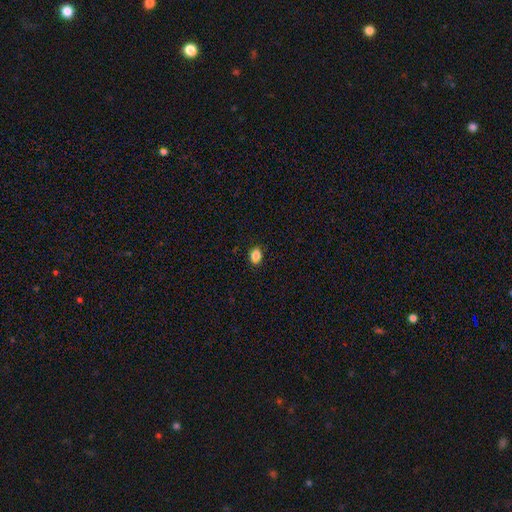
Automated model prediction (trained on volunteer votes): A smooth galaxy with no disk features (86%) that is in between round and cigar-shaped (64%).

Vote fractions:
- Smooth or featured? smooth: 86% / star or artifact: 10% / featured or disk: 4%
- How rounded? in between: 64% / round: 35% / cigar-shaped: 1%
- Merging? none: 90% / minor disturbance: 7% / major disturbance: 2% / merger: 1%